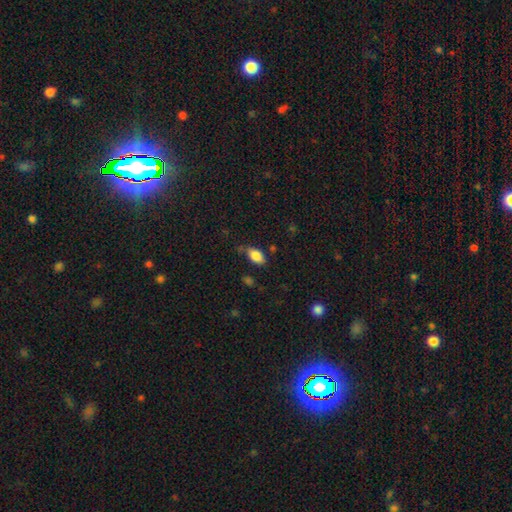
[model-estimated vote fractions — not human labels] Morphology: type=smooth (85%); roundness=in between (92%); merging=none (66%).